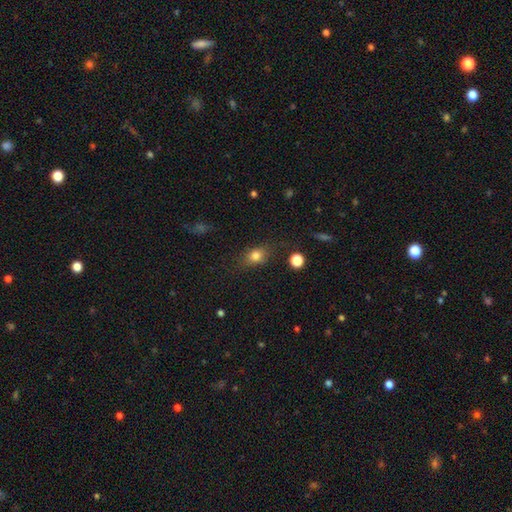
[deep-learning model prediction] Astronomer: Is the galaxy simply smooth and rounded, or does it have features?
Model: smooth — 79%.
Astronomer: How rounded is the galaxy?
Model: in between — 60% (runner-up: round, 37%).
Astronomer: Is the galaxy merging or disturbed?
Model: none — 75%.